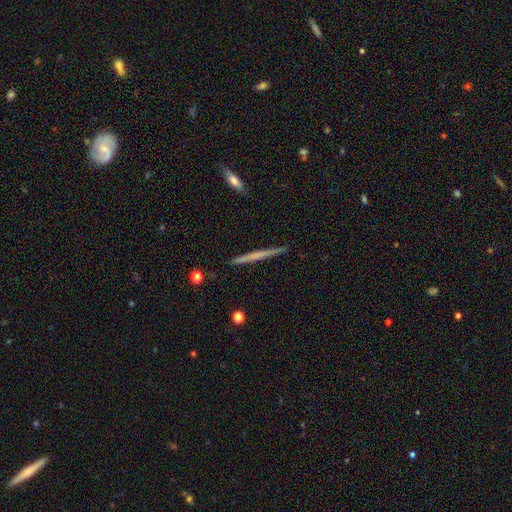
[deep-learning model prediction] Morphology: type=featured or disk (52%); edge-on=yes (98%); edge-on bulge=none (80%); merging=none (91%).